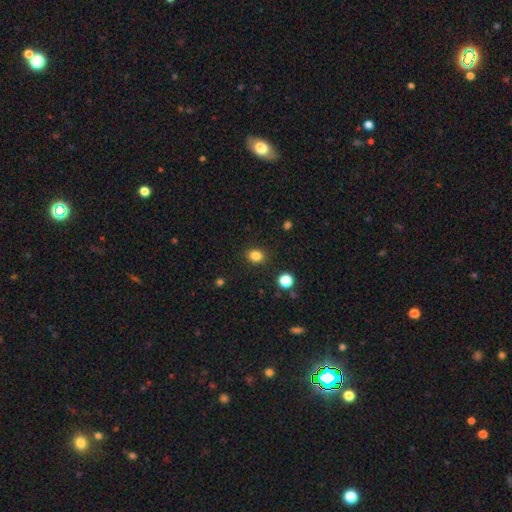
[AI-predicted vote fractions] Q: Smooth or featured?
A: smooth (84%); runner-up: star or artifact (12%)
Q: How rounded?
A: in between (51%); runner-up: round (48%)
Q: Merging?
A: none (87%); runner-up: minor disturbance (9%)